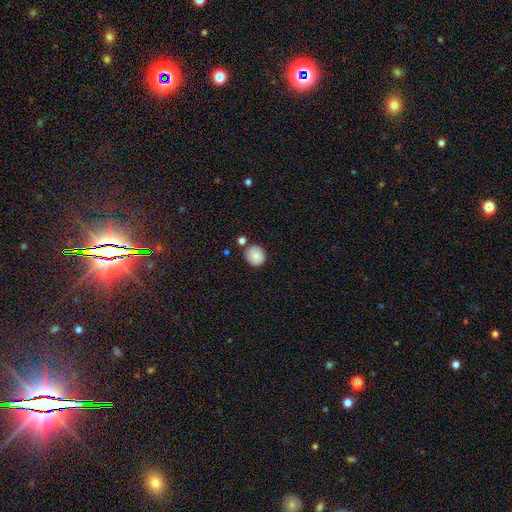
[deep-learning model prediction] This is clearly a smooth galaxy (84%). How rounded: clearly round (81%). Merging: likely none (77%).